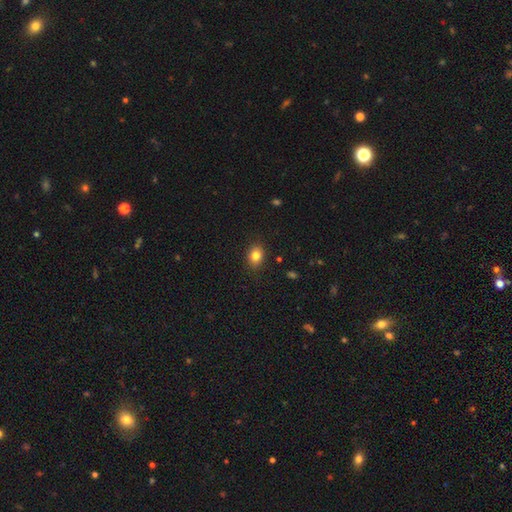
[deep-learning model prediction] A smooth galaxy with no disk features (83%) that is in between round and cigar-shaped (61%). Merging: none (87%).